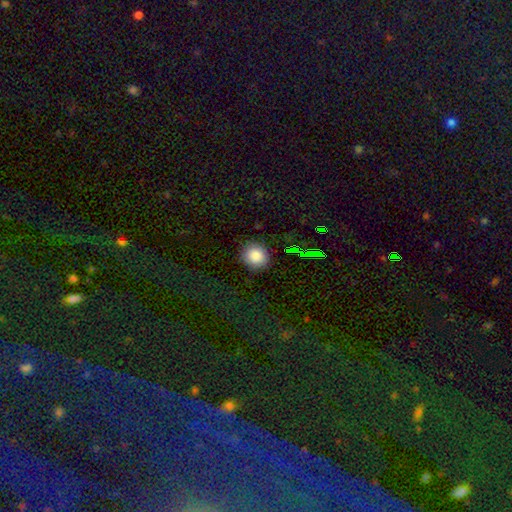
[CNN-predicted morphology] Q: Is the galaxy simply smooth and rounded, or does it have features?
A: smooth — 85%.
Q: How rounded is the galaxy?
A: round — 82%.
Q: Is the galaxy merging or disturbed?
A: none — 88%.